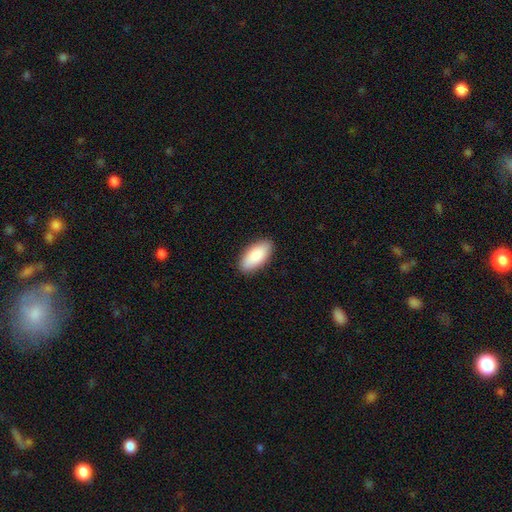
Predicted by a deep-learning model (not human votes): This is clearly a smooth galaxy (90%). How rounded: clearly in between (92%). Merging: clearly none (89%).